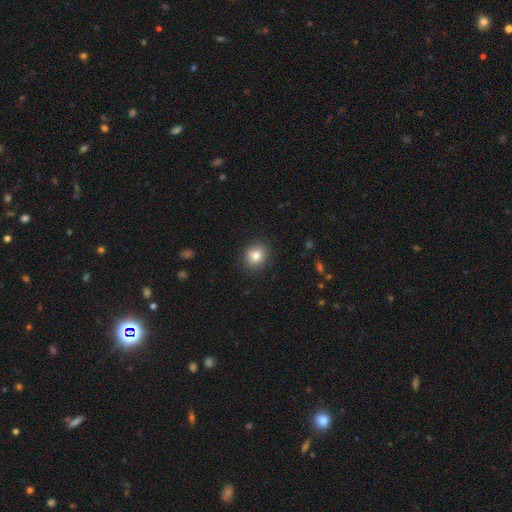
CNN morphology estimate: A smooth galaxy with no disk features (82%) that is round (72%).

Vote fractions:
- Smooth or featured? smooth: 82% / star or artifact: 10% / featured or disk: 8%
- How rounded? round: 72% / in between: 27% / cigar-shaped: 1%
- Merging? none: 89% / minor disturbance: 8% / major disturbance: 2% / merger: 1%